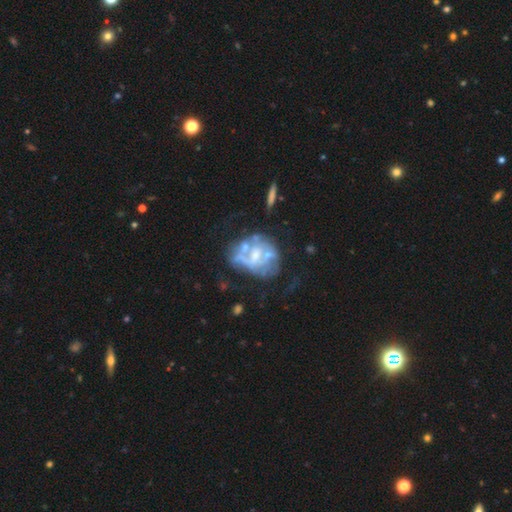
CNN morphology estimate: Smooth or featured? featured or disk (69%)
Edge-on disk? no (97%)
Bar? no (65%)
Spiral arms? no (68%)
Bulge size? moderate (43%)
Merging? none (35%)